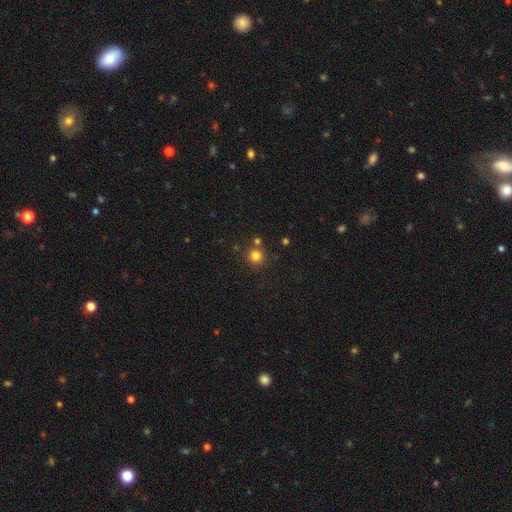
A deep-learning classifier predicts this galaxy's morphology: This appears to be a smooth galaxy with no disk features (80%) that is round (93%). Merging: none (76%).